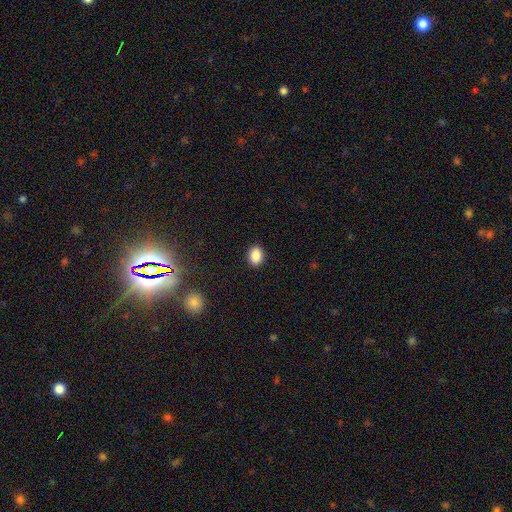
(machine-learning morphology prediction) Smooth or featured? smooth (88%)
How rounded? in between (71%)
Merging? none (89%)